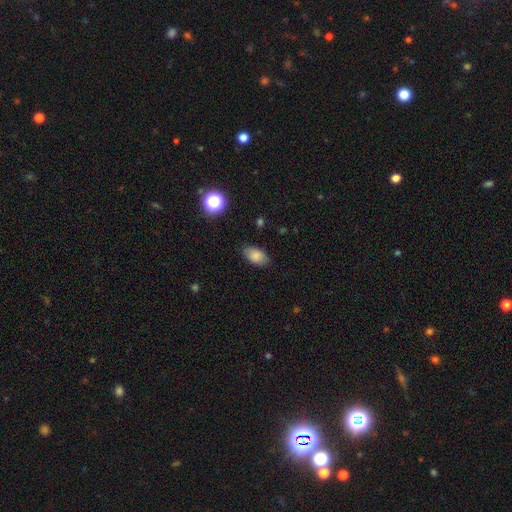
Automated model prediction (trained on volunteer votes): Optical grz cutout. It shows a smooth galaxy with no disk features (84%) that is in between round and cigar-shaped (91%). Merging: none (82%).